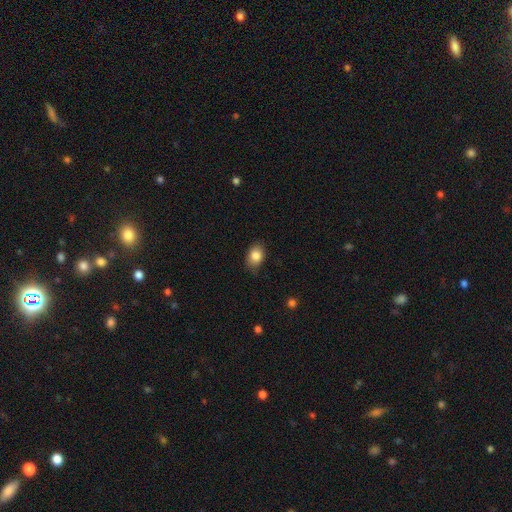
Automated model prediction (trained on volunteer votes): Smooth or featured?
  - smooth: 84% *
  - star or artifact: 8%
  - featured or disk: 8%
How rounded?
  - in between: 74% *
  - round: 25%
  - cigar-shaped: 1%
Merging?
  - none: 78% *
  - minor disturbance: 18%
  - major disturbance: 3%
  - merger: 1%